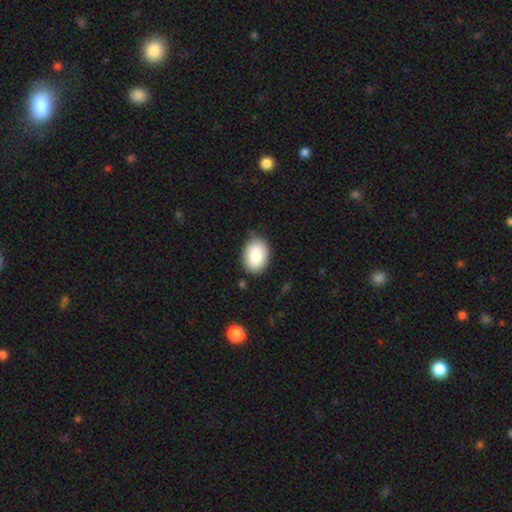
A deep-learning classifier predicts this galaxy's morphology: This is clearly a smooth galaxy (86%). How rounded: clearly in between (83%). Merging: clearly none (85%).